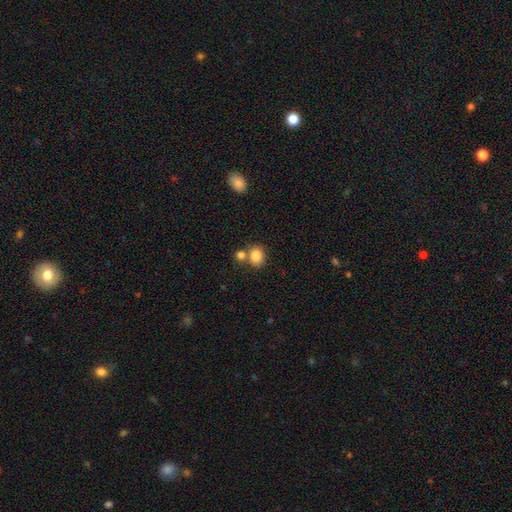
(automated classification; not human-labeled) A smooth galaxy with no disk features (85%) that is round (63%). Merging: none (57%).